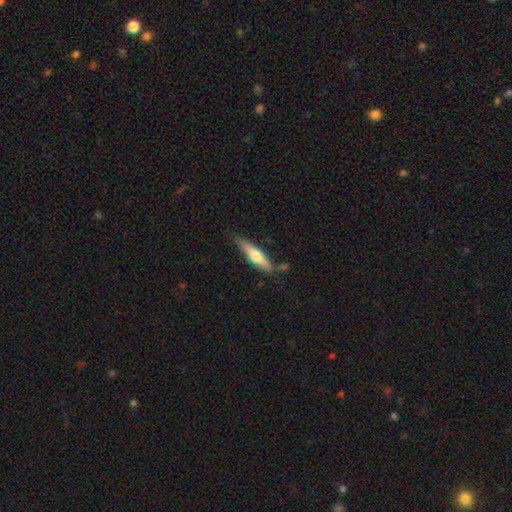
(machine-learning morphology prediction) Q: Smooth or featured?
A: smooth (51%); runner-up: featured or disk (44%)
Q: How rounded?
A: cigar-shaped (77%); runner-up: in between (21%)
Q: Merging?
A: none (75%); runner-up: minor disturbance (16%)